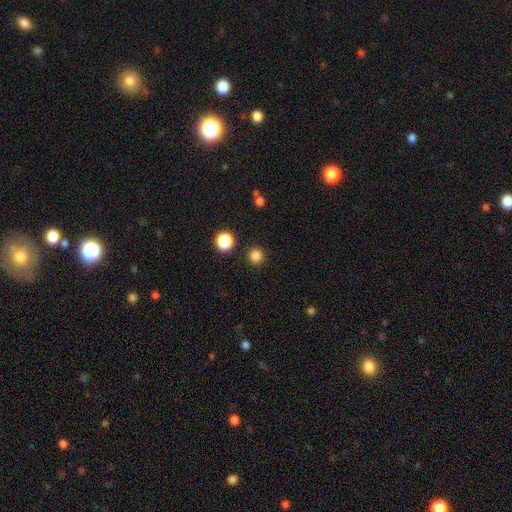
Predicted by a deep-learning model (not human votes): Q: Smooth or featured?
A: smooth (83%); runner-up: star or artifact (14%)
Q: How rounded?
A: round (94%); runner-up: in between (5%)
Q: Merging?
A: none (90%); runner-up: minor disturbance (5%)